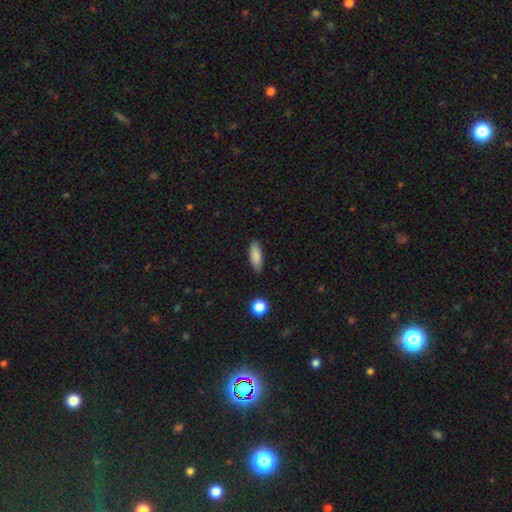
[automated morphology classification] Smooth or featured? smooth (85%)
How rounded? in between (63%)
Merging? none (83%)